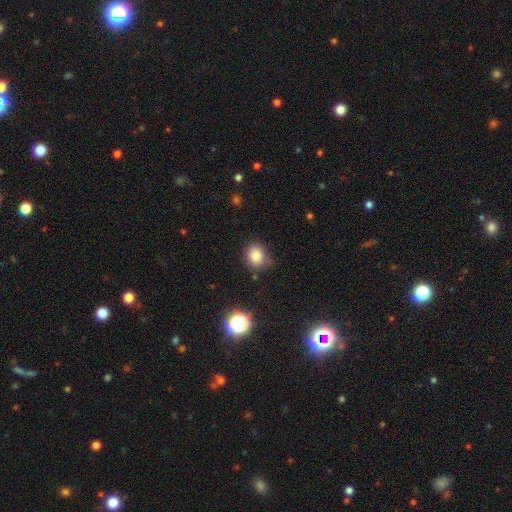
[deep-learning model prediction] Smooth or featured? smooth (81%)
How rounded? round (64%)
Merging? none (77%)